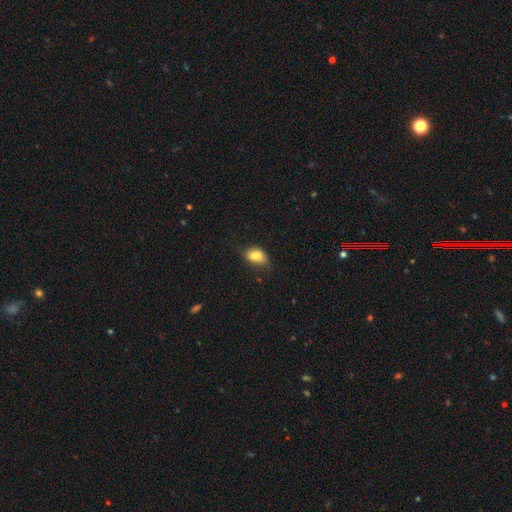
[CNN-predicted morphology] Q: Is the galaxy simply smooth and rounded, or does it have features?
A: smooth — 78%.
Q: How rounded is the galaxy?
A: in between — 77%.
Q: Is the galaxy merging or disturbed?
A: none — 42%.